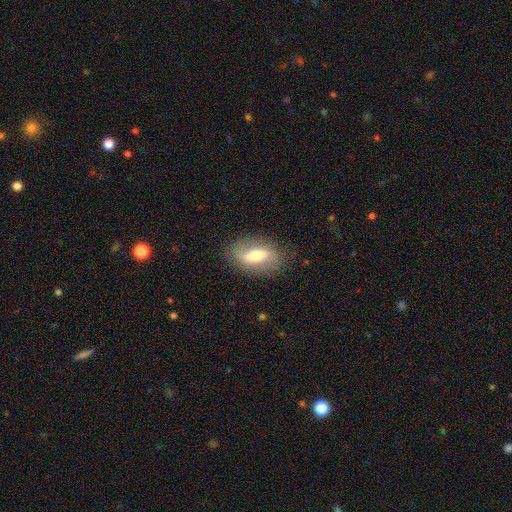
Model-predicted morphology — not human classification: smooth-or-featured: featured or disk: 54% | smooth: 38% | star or artifact: 7%
  disk-edge-on: no: 85% | yes: 15%
  merging: none: 81% | minor disturbance: 13% | major disturbance: 5% | merger: 1%